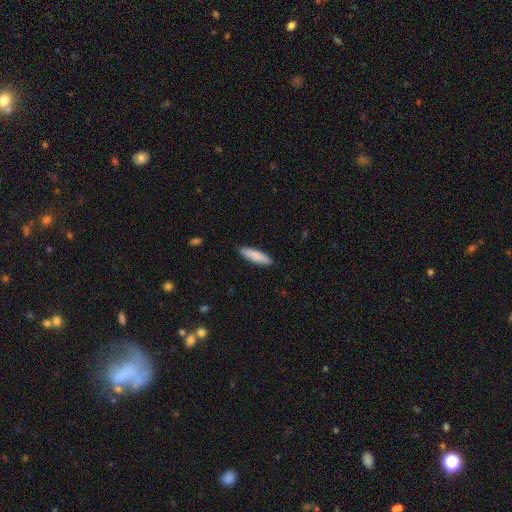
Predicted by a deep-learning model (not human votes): Smooth or featured? Predicted: smooth (p=0.85). How rounded? Predicted: cigar-shaped (p=0.70). Merging? Predicted: none (p=0.89).